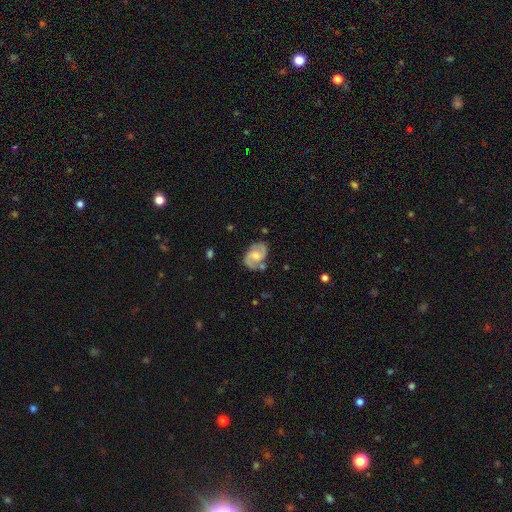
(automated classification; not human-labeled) The model was most divided on "bulge size": moderate: 43%, small: 40%, none: 11%, large: 5%, dominant: 1%. Remaining: edge-on disk — no (98%); spiral arms — yes (95%); spiral arm count — 2 (90%); smooth or featured — featured or disk (79%); merging — none (71%); spiral winding — medium (52%); bar — no (49%).